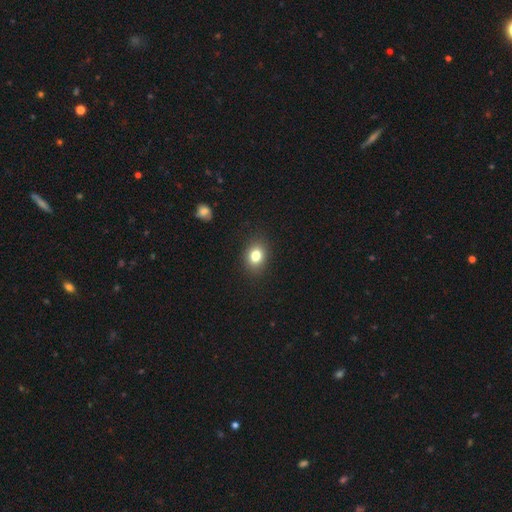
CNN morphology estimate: type=smooth (81%); roundness=in between (57%); merging=none (88%).